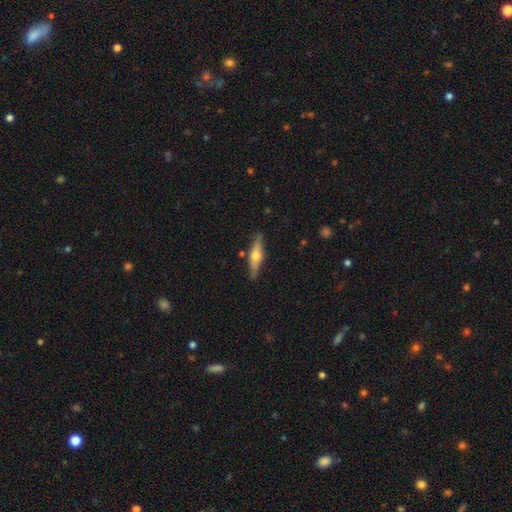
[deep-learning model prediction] Smooth or featured? featured or disk (59%)
Edge-on disk? yes (94%)
Edge-on bulge? rounded (92%)
Merging? none (85%)